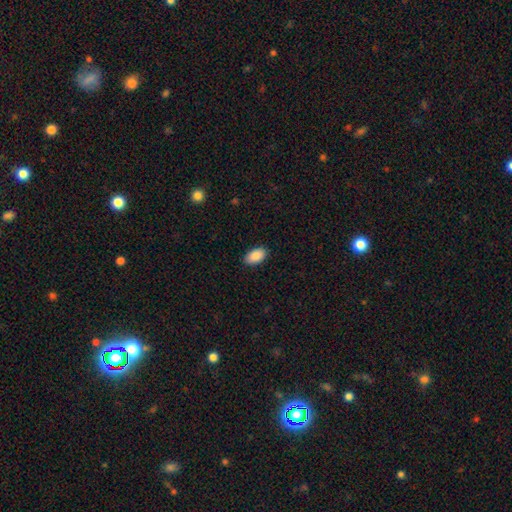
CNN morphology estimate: Smooth or featured? smooth (89%)
How rounded? in between (95%)
Merging? none (88%)